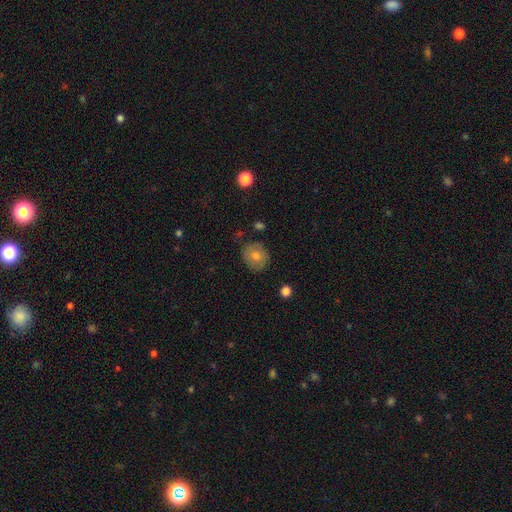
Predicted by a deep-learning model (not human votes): smooth_or_featured: smooth (p=0.65) [alt: featured or disk p=0.24]
how_rounded: round (p=0.75) [alt: in between p=0.24]
merging: none (p=0.83) [alt: minor disturbance p=0.12]